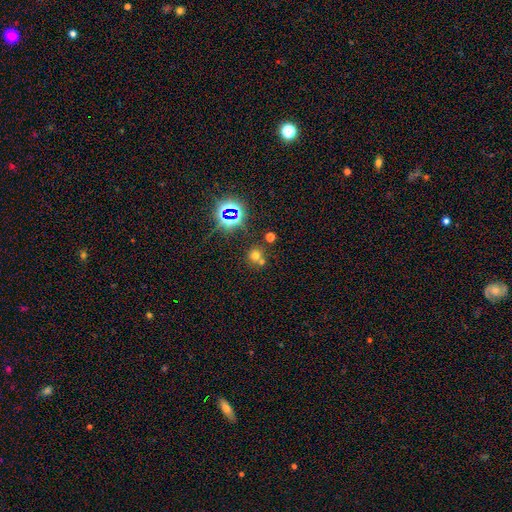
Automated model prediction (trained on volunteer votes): A smooth galaxy with no disk features (58%) that is round (89%).

Vote fractions:
- Smooth or featured? smooth: 58% / star or artifact: 31% / featured or disk: 11%
- How rounded? round: 89% / in between: 10% / cigar-shaped: 1%
- Merging? none: 59% / merger: 30% / minor disturbance: 8% / major disturbance: 3%